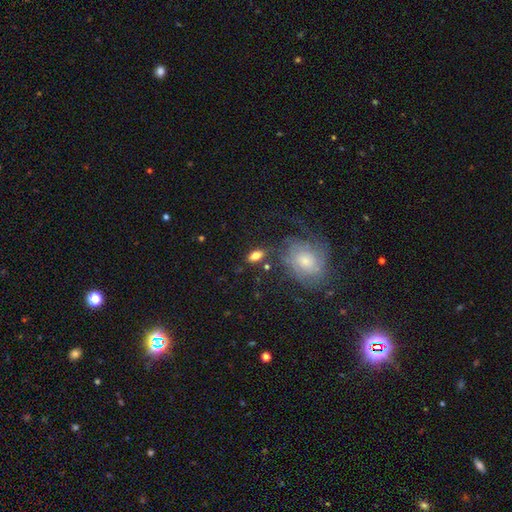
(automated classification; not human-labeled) Smooth or featured?
  - smooth: 71% *
  - featured or disk: 20%
  - star or artifact: 9%
How rounded?
  - in between: 84% *
  - round: 9%
  - cigar-shaped: 7%
Merging?
  - none: 73% *
  - minor disturbance: 14%
  - merger: 7%
  - major disturbance: 7%